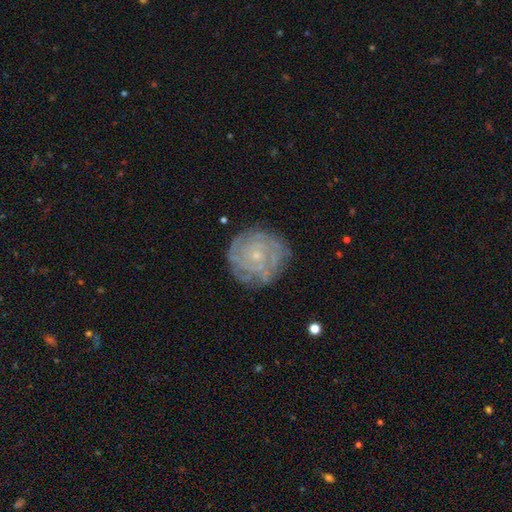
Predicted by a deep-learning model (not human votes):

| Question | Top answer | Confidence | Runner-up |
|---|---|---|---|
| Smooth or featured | featured or disk | 80% | smooth (13%) |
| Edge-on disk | no | 98% | yes (2%) |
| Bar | no | 81% | weak (16%) |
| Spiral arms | yes | 92% | no (8%) |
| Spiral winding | tight | 80% | medium (16%) |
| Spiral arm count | can't tell | 37% | 4 (17%) |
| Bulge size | small | 80% | moderate (14%) |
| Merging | none | 80% | minor disturbance (14%) |